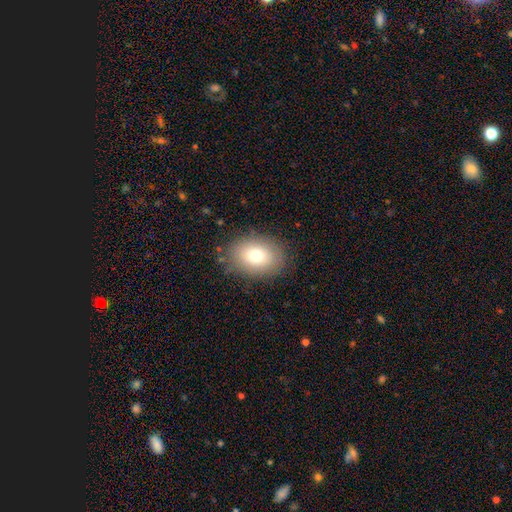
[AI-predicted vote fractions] Morphology: type=smooth (77%); roundness=in between (70%); merging=none (83%).